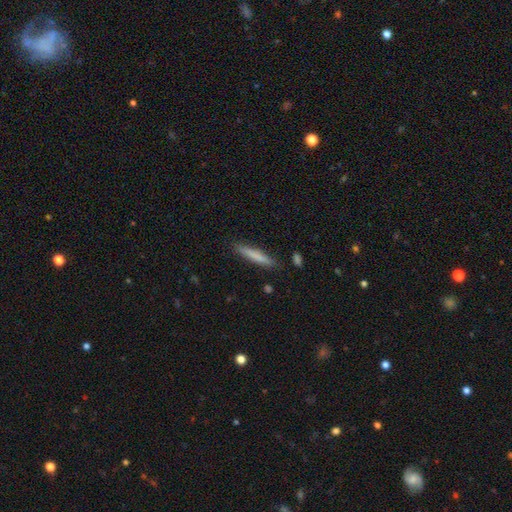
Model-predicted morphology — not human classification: Smooth or featured? Predicted: smooth (p=0.76). How rounded? Predicted: cigar-shaped (p=0.93). Merging? Predicted: none (p=0.87).